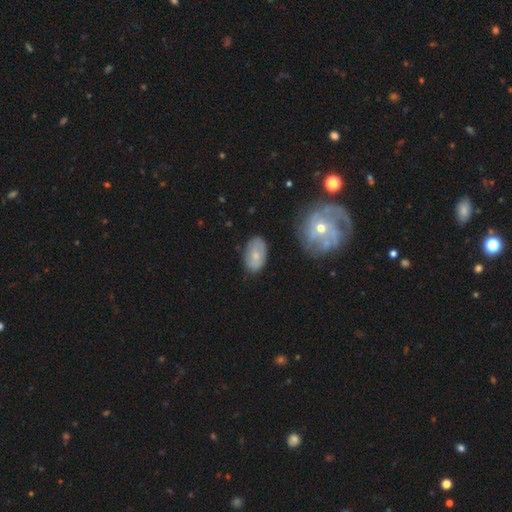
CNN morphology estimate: Smooth or featured?
  - smooth: 61% *
  - featured or disk: 32%
  - star or artifact: 7%
How rounded?
  - in between: 91% *
  - round: 8%
  - cigar-shaped: 1%
Merging?
  - none: 77% *
  - minor disturbance: 17%
  - major disturbance: 4%
  - merger: 2%